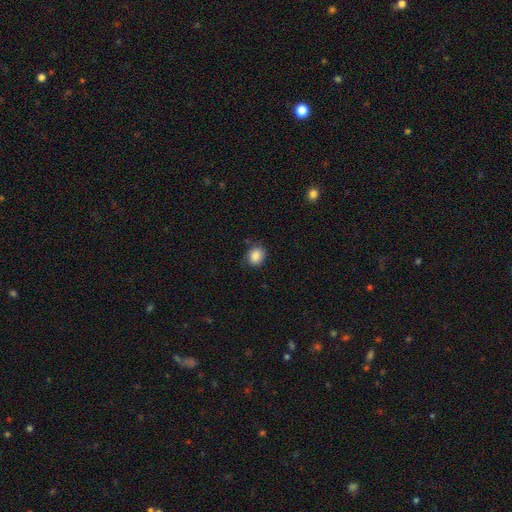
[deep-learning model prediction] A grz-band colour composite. It shows a smooth galaxy with no disk features (86%) that is round (56%). Merging: none (78%).